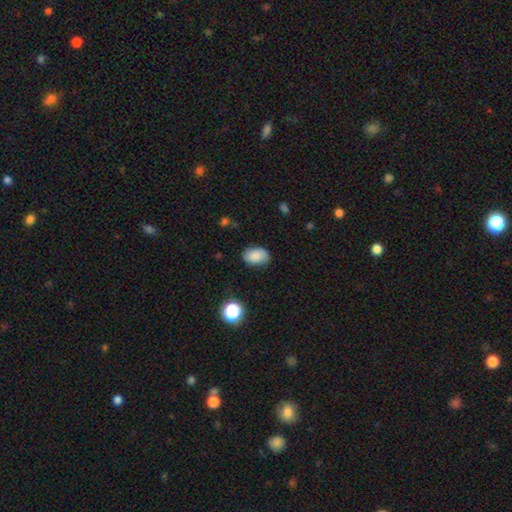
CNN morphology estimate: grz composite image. It shows a smooth galaxy with no disk features (84%) that is in between round and cigar-shaped (86%). Merging: none (81%).